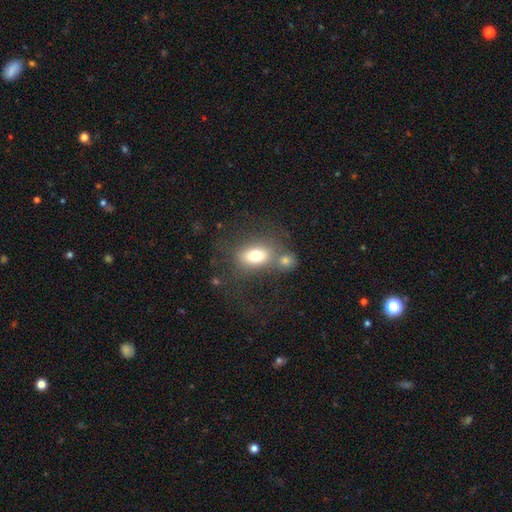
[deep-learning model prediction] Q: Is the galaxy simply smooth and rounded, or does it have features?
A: smooth — 74%.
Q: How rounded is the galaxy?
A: in between — 81%.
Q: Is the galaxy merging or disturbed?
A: none — 46%.